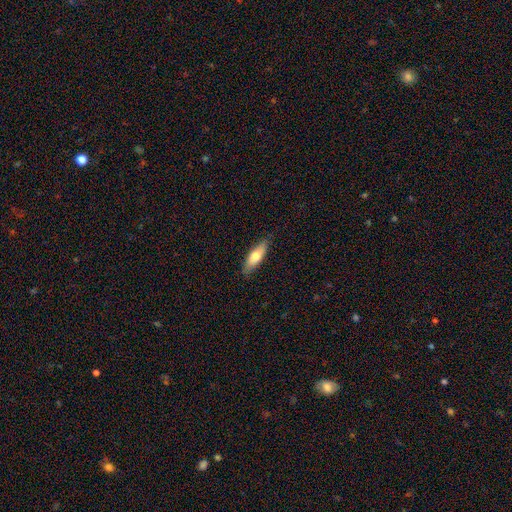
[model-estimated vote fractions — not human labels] smooth_or_featured: smooth (p=0.67) [alt: featured or disk p=0.27]
how_rounded: in between (p=0.51) [alt: cigar-shaped p=0.47]
merging: none (p=0.85) [alt: minor disturbance p=0.12]